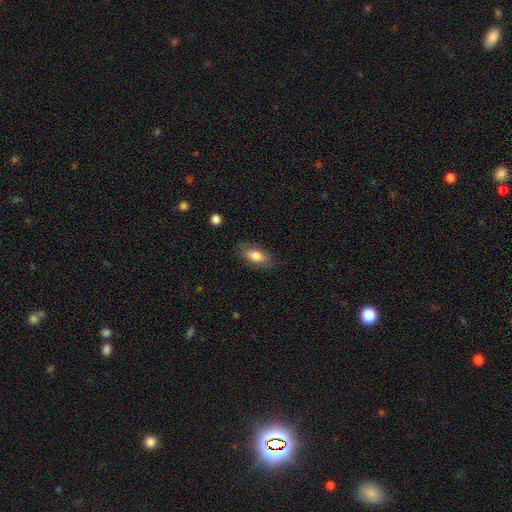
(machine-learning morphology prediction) Q: Smooth or featured?
A: smooth (76%); runner-up: featured or disk (17%)
Q: How rounded?
A: in between (90%); runner-up: cigar-shaped (5%)
Q: Merging?
A: none (78%); runner-up: minor disturbance (16%)